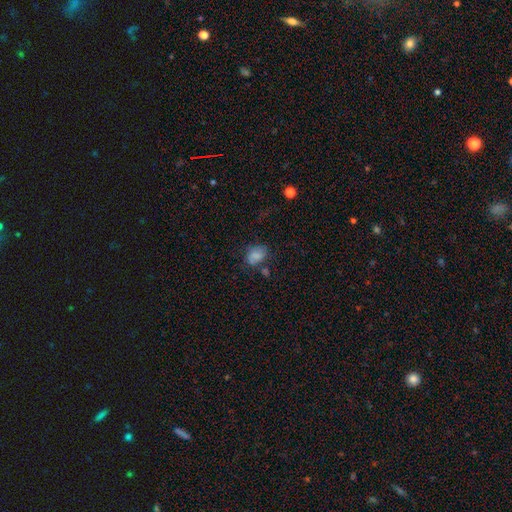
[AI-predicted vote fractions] This appears to be a smooth galaxy with no disk features (76%) that is in between round and cigar-shaped (65%). Merging: none (54%).